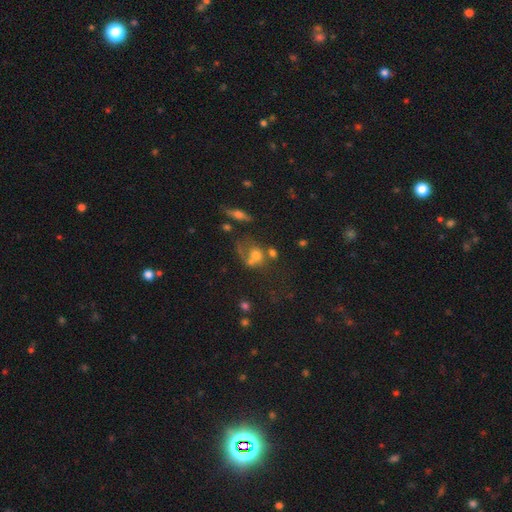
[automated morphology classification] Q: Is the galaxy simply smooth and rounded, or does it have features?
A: smooth — 55%.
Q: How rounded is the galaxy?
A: round — 57%.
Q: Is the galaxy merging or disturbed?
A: merger — 34%.